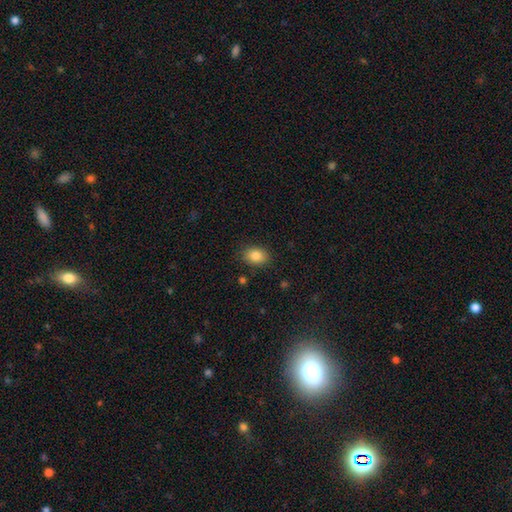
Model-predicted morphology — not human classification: Q: Smooth or featured?
A: smooth (85%); runner-up: star or artifact (9%)
Q: How rounded?
A: in between (69%); runner-up: round (30%)
Q: Merging?
A: none (86%); runner-up: minor disturbance (10%)